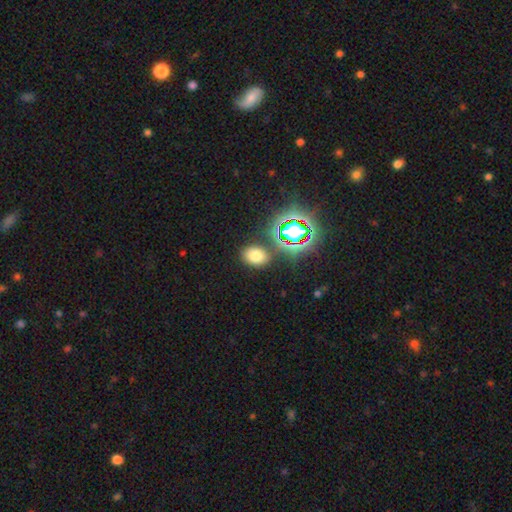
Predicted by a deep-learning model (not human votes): Smooth or featured? Predicted: smooth (p=0.70). How rounded? Predicted: in between (p=0.69). Merging? Predicted: none (p=0.81).